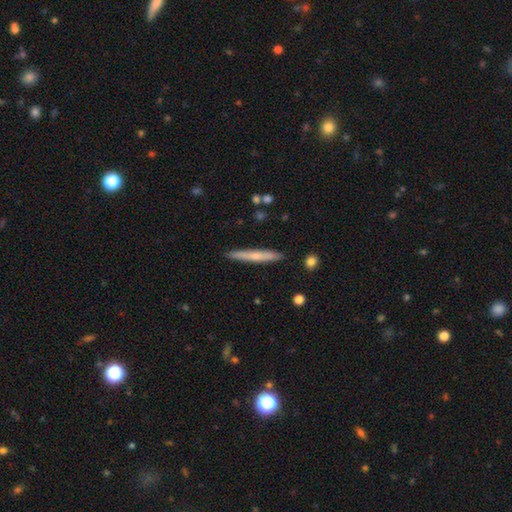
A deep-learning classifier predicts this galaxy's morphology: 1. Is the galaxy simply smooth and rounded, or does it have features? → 56% smooth, 38% featured or disk, 6% star or artifact.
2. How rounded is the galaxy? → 95% cigar-shaped, 3% in between, 1% round.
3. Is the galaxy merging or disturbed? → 90% none, 8% minor disturbance, 1% merger, 1% major disturbance.